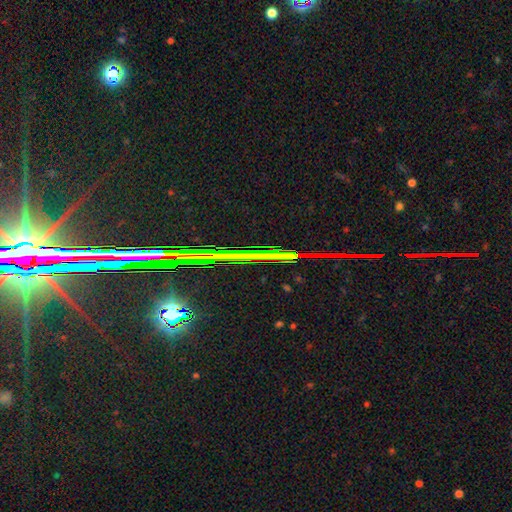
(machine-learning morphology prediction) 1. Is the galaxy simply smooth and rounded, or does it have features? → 83% star or artifact, 10% featured or disk, 7% smooth.